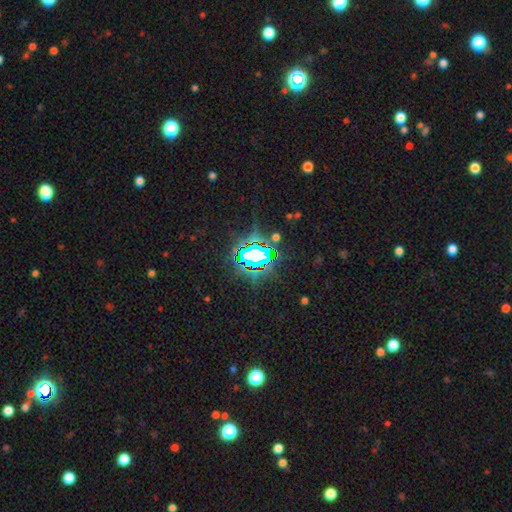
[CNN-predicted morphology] Smooth or featured? star or artifact (76%)